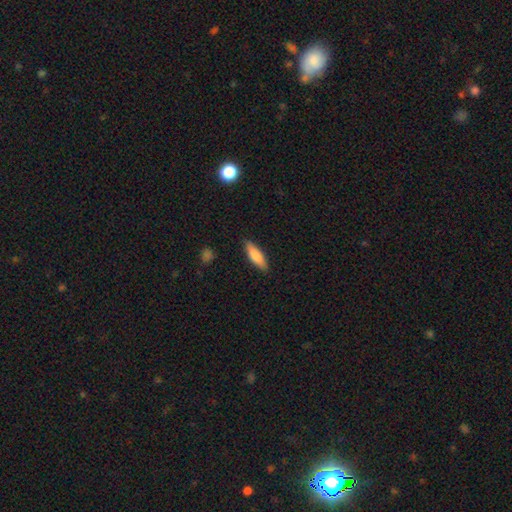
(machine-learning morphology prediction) Smooth or featured? smooth (80%)
How rounded? cigar-shaped (54%)
Merging? none (86%)